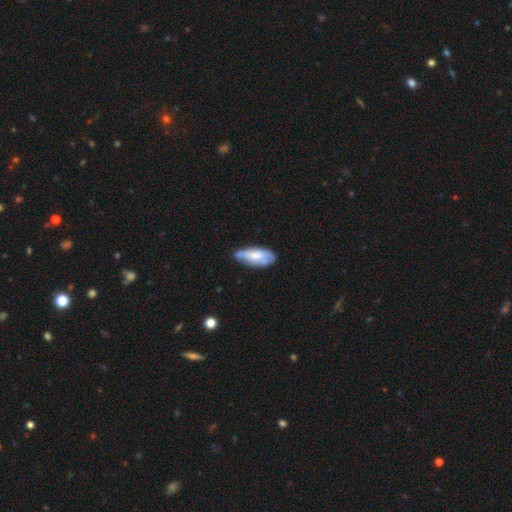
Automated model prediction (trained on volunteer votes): A smooth galaxy with no disk features (59%) that is in between round and cigar-shaped (82%).

Vote fractions:
- Smooth or featured? smooth: 59% / featured or disk: 35% / star or artifact: 6%
- How rounded? in between: 82% / cigar-shaped: 16% / round: 2%
- Merging? none: 58% / minor disturbance: 32% / major disturbance: 6% / merger: 3%